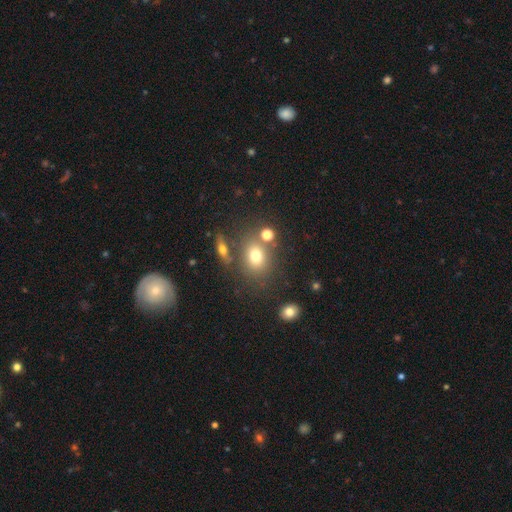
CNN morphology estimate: Smooth or featured?
  - smooth: 72% *
  - star or artifact: 15%
  - featured or disk: 14%
How rounded?
  - round: 52% *
  - in between: 46%
  - cigar-shaped: 2%
Merging?
  - none: 67% *
  - merger: 15%
  - minor disturbance: 12%
  - major disturbance: 5%